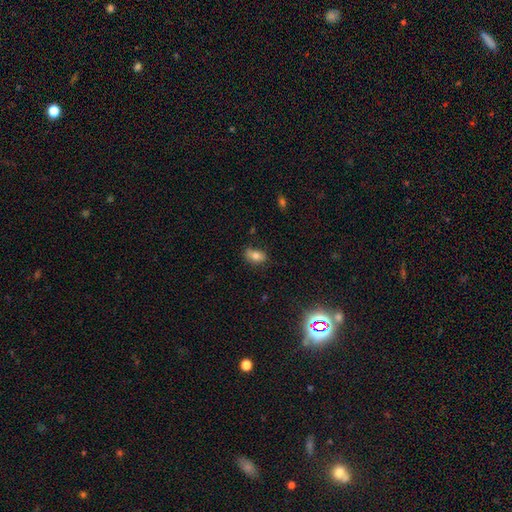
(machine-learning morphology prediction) Overall: smooth (74%). How rounded: in between (86%). Merging: none (71%).